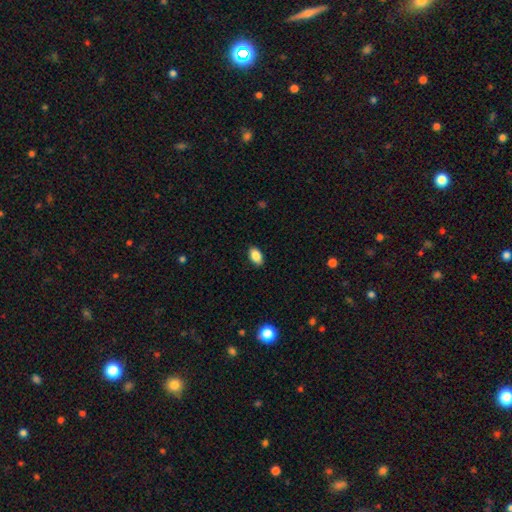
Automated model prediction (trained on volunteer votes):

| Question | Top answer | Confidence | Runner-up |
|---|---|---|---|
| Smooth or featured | smooth | 87% | star or artifact (8%) |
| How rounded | in between | 92% | round (6%) |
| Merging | none | 88% | minor disturbance (9%) |